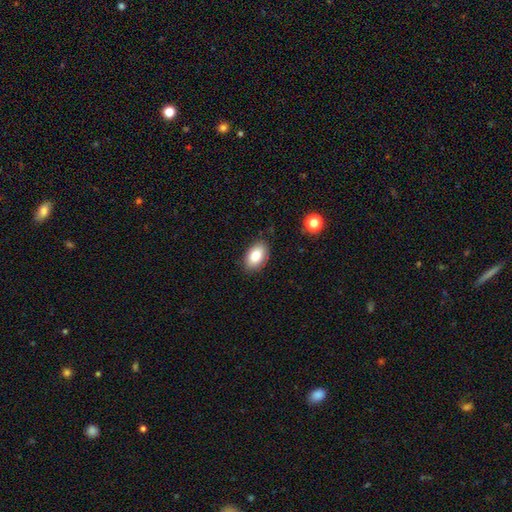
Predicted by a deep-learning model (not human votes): Smooth or featured: smooth — 84% (featured or disk — 9%)
How rounded: in between — 91% (round — 7%)
Merging: none — 85% (minor disturbance — 11%)